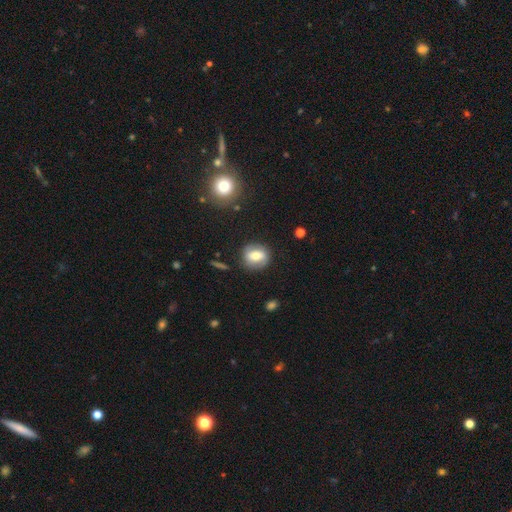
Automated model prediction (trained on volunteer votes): Smooth or featured?
  - smooth: 53% *
  - featured or disk: 39%
  - star or artifact: 8%
How rounded?
  - round: 71% *
  - in between: 27%
  - cigar-shaped: 1%
Merging?
  - none: 81% *
  - minor disturbance: 12%
  - major disturbance: 4%
  - merger: 2%